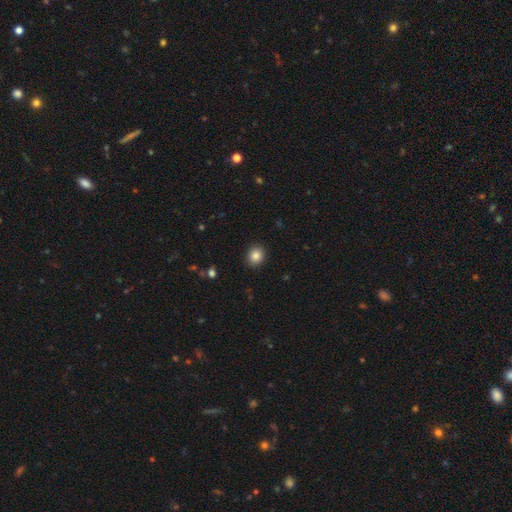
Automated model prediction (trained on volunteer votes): Smooth or featured? smooth (86%)
How rounded? round (76%)
Merging? none (91%)